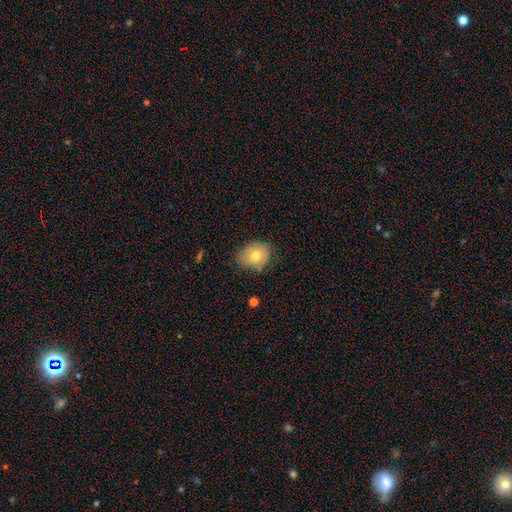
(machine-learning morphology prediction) Smooth or featured: smooth — 72% (featured or disk — 19%)
How rounded: round — 50% (in between — 49%)
Merging: none — 69% (minor disturbance — 25%)